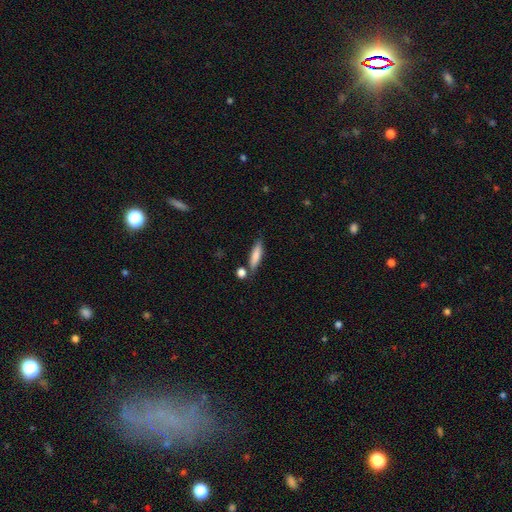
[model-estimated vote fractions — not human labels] Smooth or featured? smooth (80%)
How rounded? cigar-shaped (71%)
Merging? none (74%)